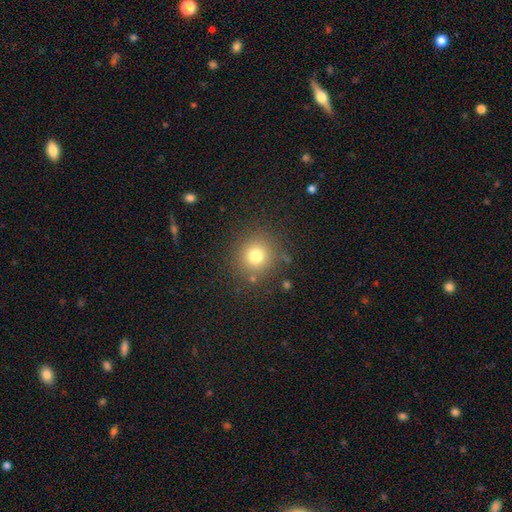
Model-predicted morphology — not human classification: smooth-or-featured: smooth: 76% | star or artifact: 15% | featured or disk: 9%
  how-rounded: round: 91% | in between: 8% | cigar-shaped: 1%
  merging: none: 84% | minor disturbance: 9% | major disturbance: 4% | merger: 3%